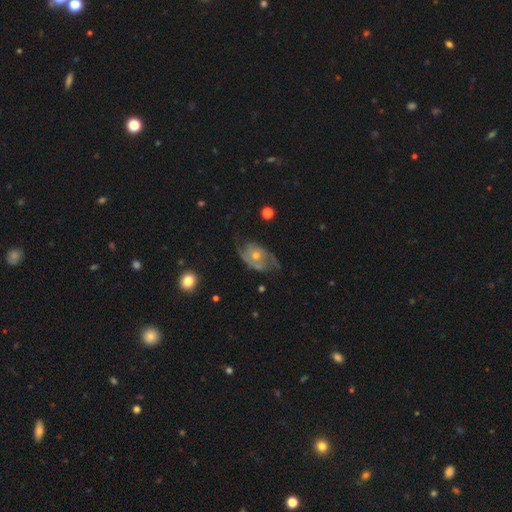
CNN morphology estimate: Smooth or featured? featured or disk (78%)
Edge-on disk? no (95%)
Bar? no (79%)
Spiral arms? yes (88%)
Spiral winding? medium (41%)
Spiral arm count? 2 (65%)
Bulge size? moderate (55%)
Merging? none (60%)